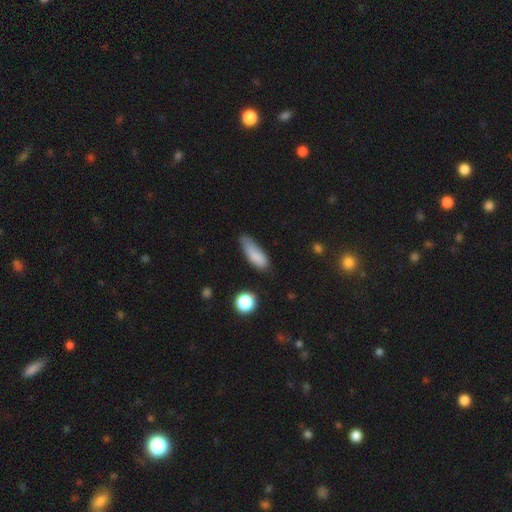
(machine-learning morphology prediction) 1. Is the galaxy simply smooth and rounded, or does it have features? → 82% smooth, 9% featured or disk, 9% star or artifact.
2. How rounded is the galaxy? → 60% in between, 37% cigar-shaped, 3% round.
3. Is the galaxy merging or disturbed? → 48% none, 38% minor disturbance, 11% major disturbance, 4% merger.